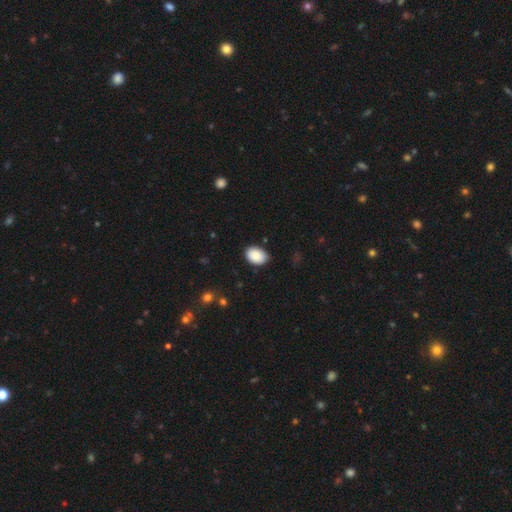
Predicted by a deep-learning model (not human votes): Smooth or featured? smooth (89%)
How rounded? in between (83%)
Merging? none (84%)